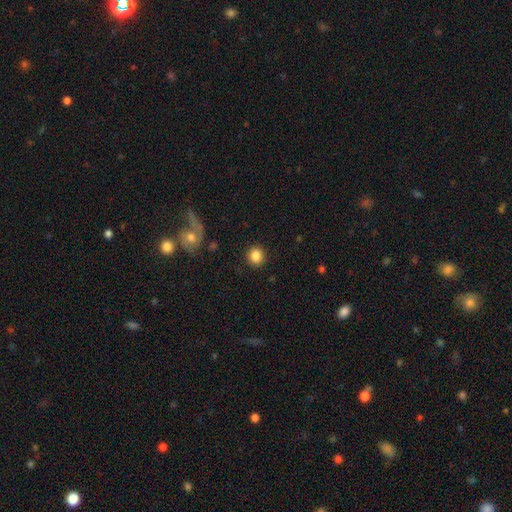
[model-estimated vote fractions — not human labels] This appears to be a smooth galaxy with no disk features (86%) that is round (88%). Merging: none (90%).